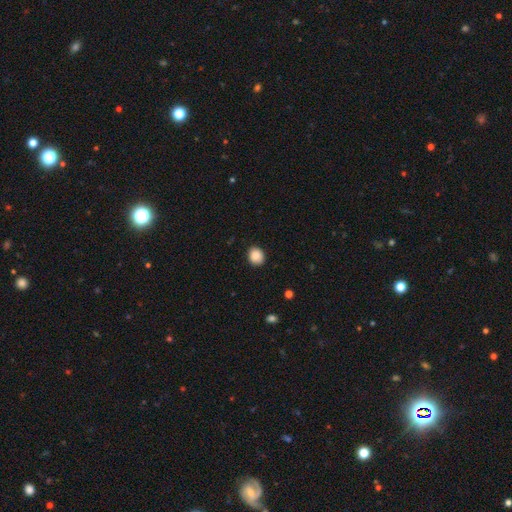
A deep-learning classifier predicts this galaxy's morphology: Smooth or featured?
  - smooth: 88% *
  - star or artifact: 9%
  - featured or disk: 3%
How rounded?
  - round: 64% *
  - in between: 35%
  - cigar-shaped: 1%
Merging?
  - none: 87% *
  - minor disturbance: 10%
  - major disturbance: 2%
  - merger: 1%